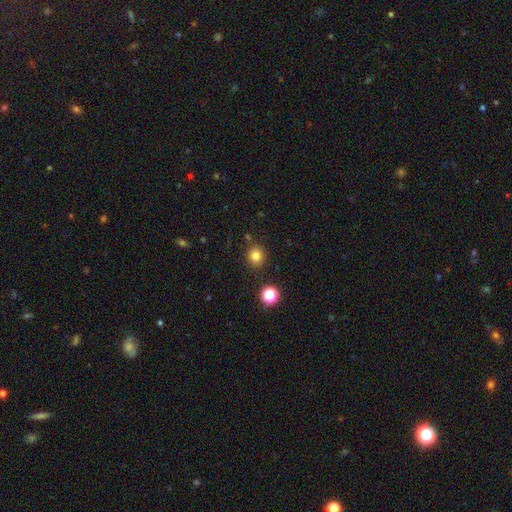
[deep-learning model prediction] Smooth or featured? smooth (81%)
How rounded? round (82%)
Merging? none (85%)